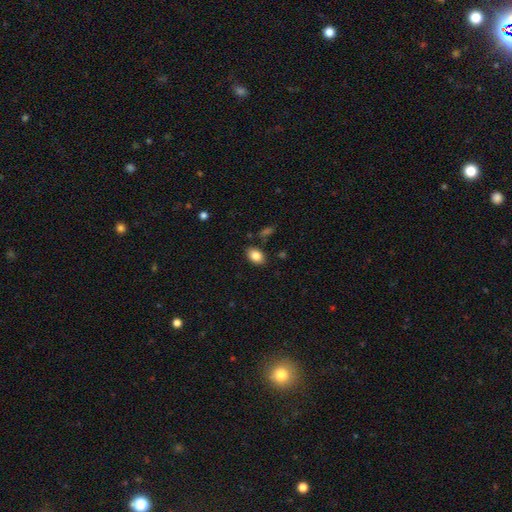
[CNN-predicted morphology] This appears to be a smooth galaxy with no disk features (85%) that is in between round and cigar-shaped (84%). Merging: none (85%).